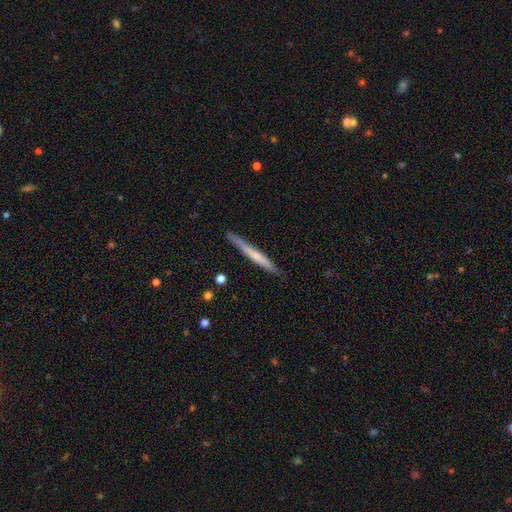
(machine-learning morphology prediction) smooth_or_featured: smooth (p=0.50) [alt: featured or disk p=0.45]
merging: none (p=0.84) [alt: minor disturbance p=0.13]